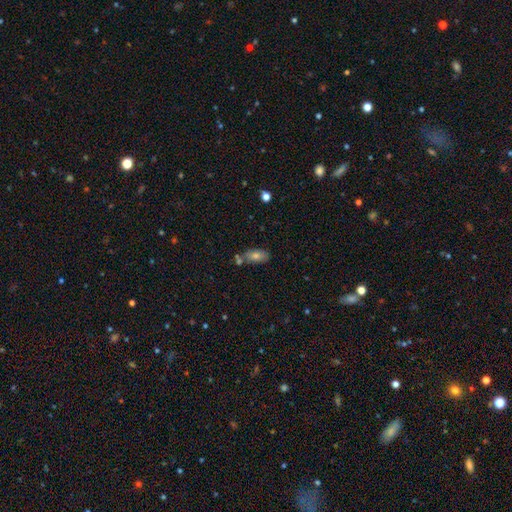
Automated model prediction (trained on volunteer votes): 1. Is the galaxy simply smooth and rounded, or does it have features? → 68% smooth, 20% featured or disk, 12% star or artifact.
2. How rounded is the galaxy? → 85% in between, 9% cigar-shaped, 5% round.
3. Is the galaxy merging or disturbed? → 66% none, 16% merger, 14% minor disturbance, 4% major disturbance.